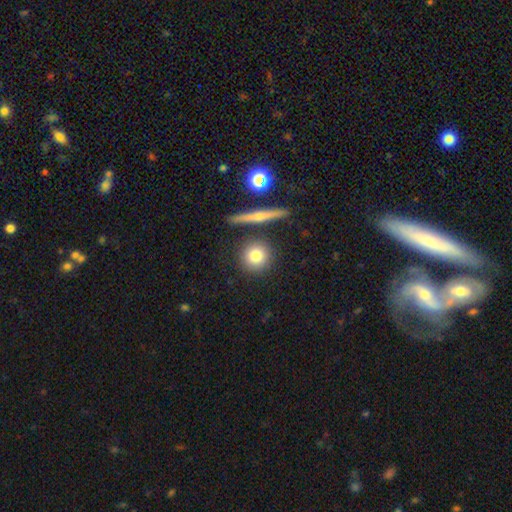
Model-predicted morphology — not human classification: smooth-or-featured: smooth: 77% | featured or disk: 14% | star or artifact: 9%
  how-rounded: round: 90% | in between: 8% | cigar-shaped: 3%
  merging: none: 83% | minor disturbance: 8% | merger: 6% | major disturbance: 2%